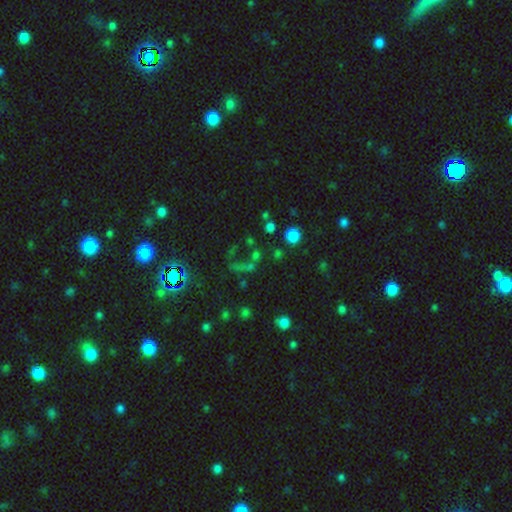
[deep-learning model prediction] Smooth or featured?
  - smooth: 44% *
  - star or artifact: 42%
  - featured or disk: 14%
Merging?
  - none: 53% *
  - merger: 24%
  - major disturbance: 13%
  - minor disturbance: 10%